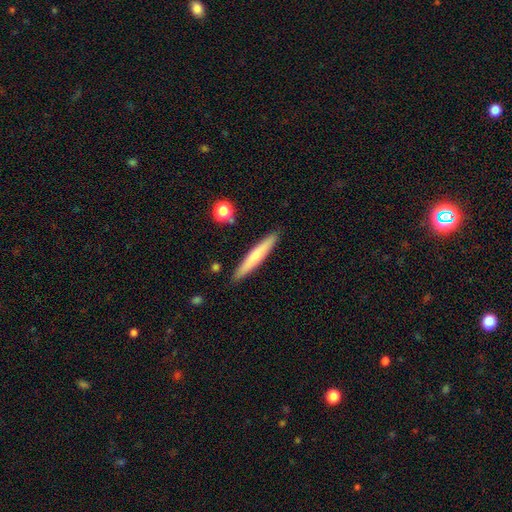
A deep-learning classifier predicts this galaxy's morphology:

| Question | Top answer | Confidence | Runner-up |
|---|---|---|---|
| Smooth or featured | smooth | 59% | featured or disk (35%) |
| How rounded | cigar-shaped | 94% | in between (5%) |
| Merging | none | 90% | minor disturbance (7%) |